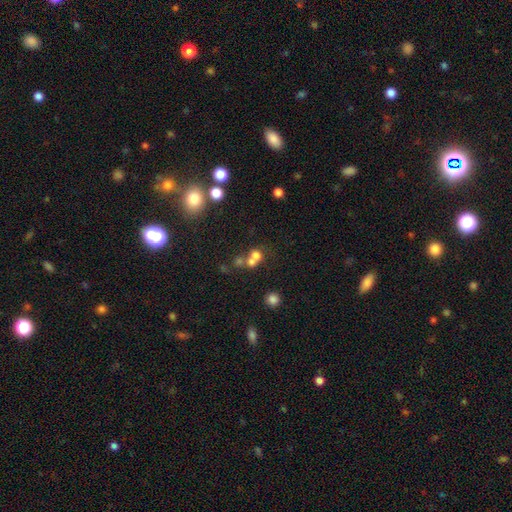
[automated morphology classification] smooth-or-featured: smooth: 65% | star or artifact: 18% | featured or disk: 17%
  how-rounded: round: 79% | in between: 20% | cigar-shaped: 1%
  merging: merger: 56% | none: 33% | minor disturbance: 6% | major disturbance: 5%